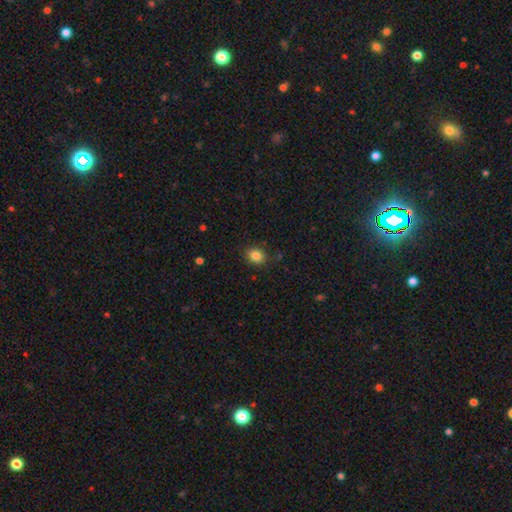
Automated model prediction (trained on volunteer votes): smooth_or_featured: smooth (p=0.84) [alt: star or artifact p=0.11]
how_rounded: round (p=0.63) [alt: in between p=0.36]
merging: none (p=0.85) [alt: minor disturbance p=0.11]